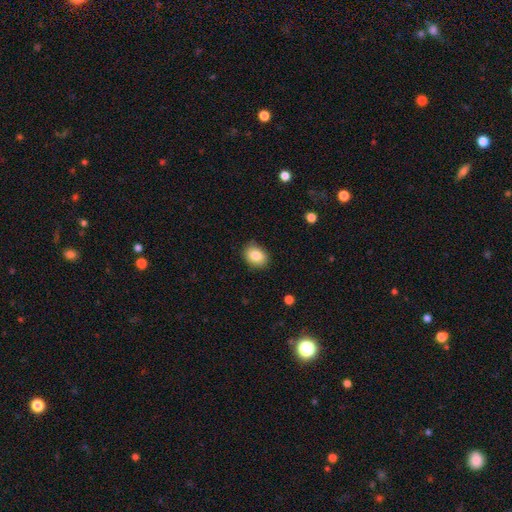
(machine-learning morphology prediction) Smooth or featured? Predicted: smooth (p=0.84). How rounded? Predicted: in between (p=0.62). Merging? Predicted: none (p=0.86).